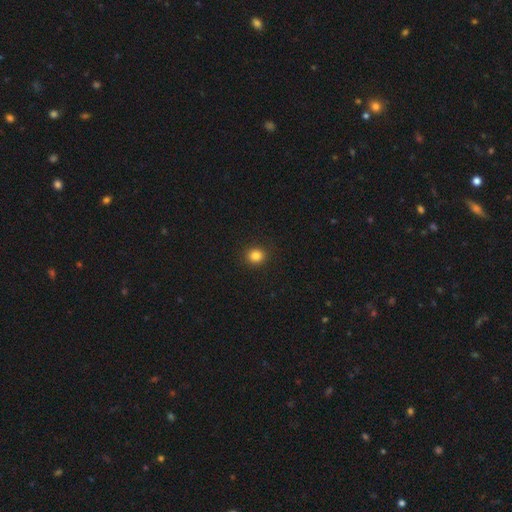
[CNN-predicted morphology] A smooth galaxy with no disk features (84%) that is round (85%). Merging: none (91%).